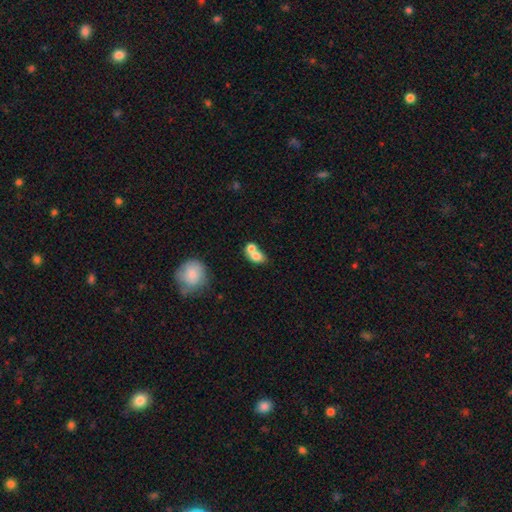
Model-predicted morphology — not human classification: Smooth or featured? smooth (73%)
How rounded? in between (60%)
Merging? merger (63%)